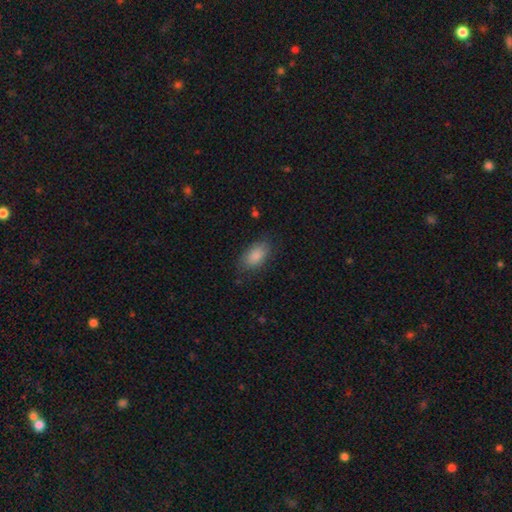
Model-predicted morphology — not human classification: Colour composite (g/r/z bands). It shows a smooth galaxy with no disk features (86%) that is in between round and cigar-shaped (92%). Merging: none (77%).